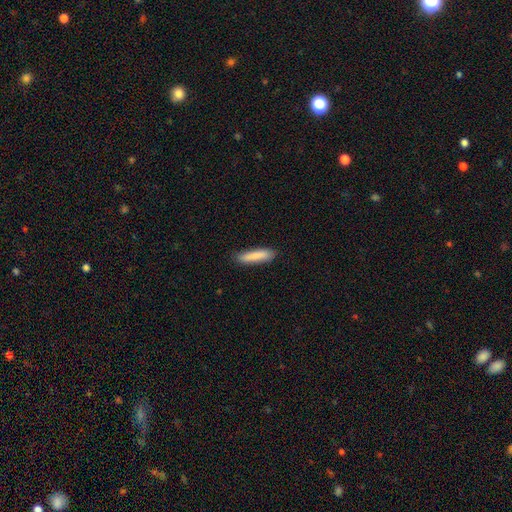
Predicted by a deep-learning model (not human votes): Smooth or featured? smooth (85%)
How rounded? cigar-shaped (82%)
Merging? none (86%)